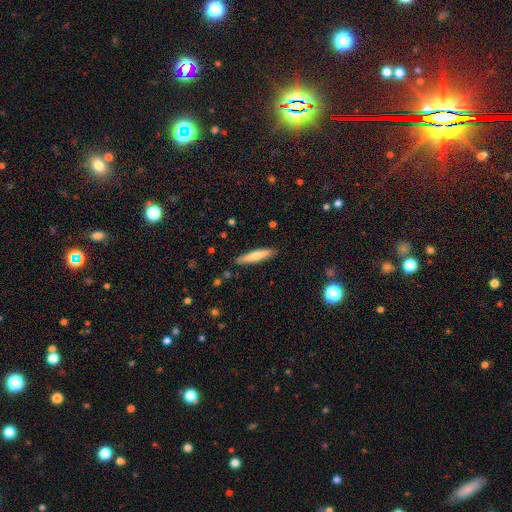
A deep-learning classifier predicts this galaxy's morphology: This is likely a smooth galaxy (67%). How rounded: clearly cigar-shaped (87%). Merging: clearly none (88%).